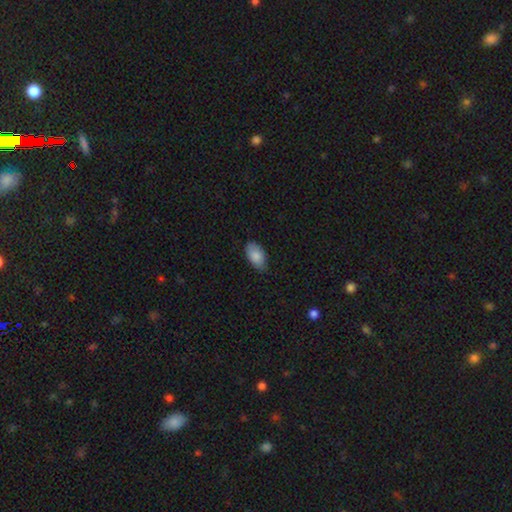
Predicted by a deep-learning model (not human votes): A smooth galaxy with no disk features (86%) that is in between round and cigar-shaped (94%).

Vote fractions:
- Smooth or featured? smooth: 86% / featured or disk: 7% / star or artifact: 6%
- How rounded? in between: 94% / round: 3% / cigar-shaped: 2%
- Merging? none: 76% / minor disturbance: 20% / major disturbance: 3% / merger: 1%